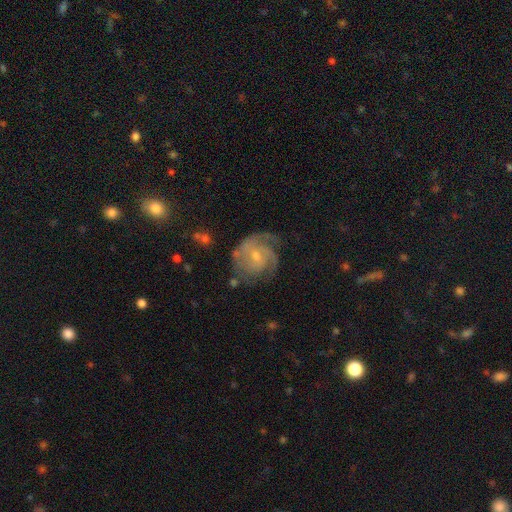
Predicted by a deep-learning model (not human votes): A featured or disk galaxy (80%) with no bar (52%), 3 (29%) tight (52%) spiral arms (94%) and a small central bulge (55%). Merging: none (62%).